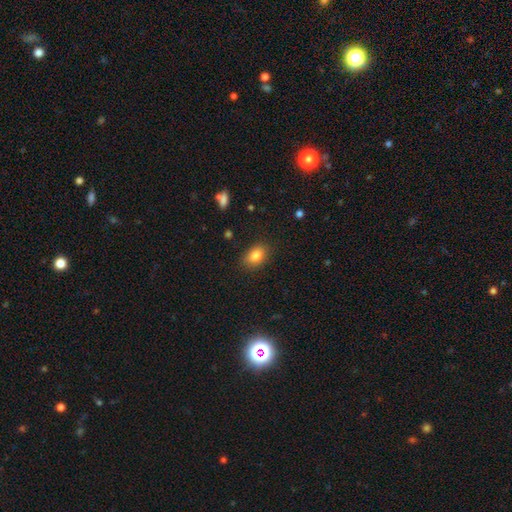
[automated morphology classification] smooth-or-featured: smooth: 83% | star or artifact: 9% | featured or disk: 7%
  how-rounded: in between: 81% | round: 18% | cigar-shaped: 2%
  merging: none: 85% | minor disturbance: 11% | major disturbance: 3% | merger: 1%